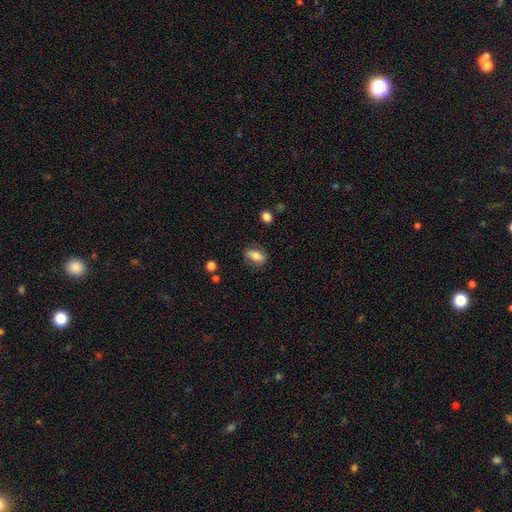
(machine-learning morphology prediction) Smooth or featured? smooth (65%)
How rounded? in between (78%)
Merging? none (76%)